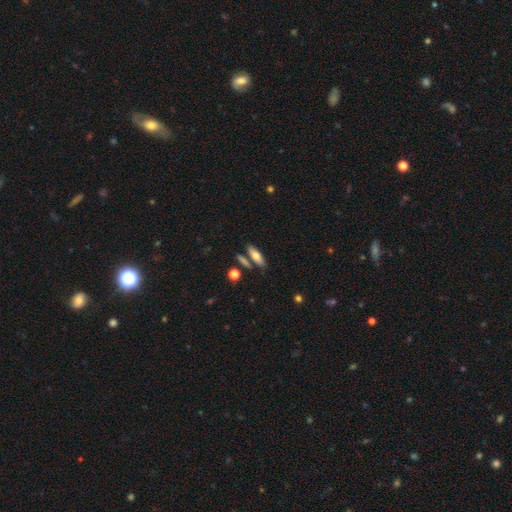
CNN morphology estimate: type=smooth (70%); roundness=in between (52%); merging=none (71%).